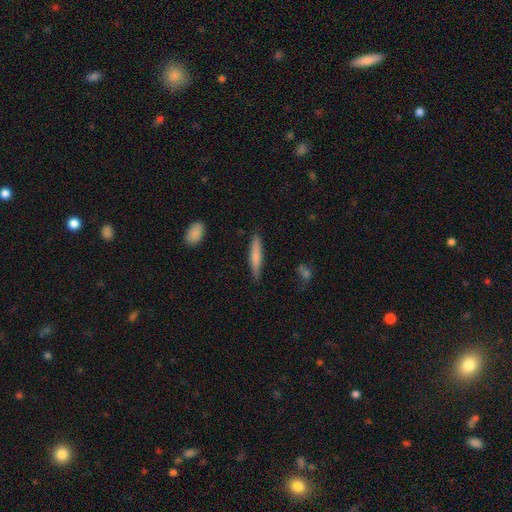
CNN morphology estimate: This is likely a smooth galaxy (71%). How rounded: clearly cigar-shaped (89%). Merging: clearly none (84%).